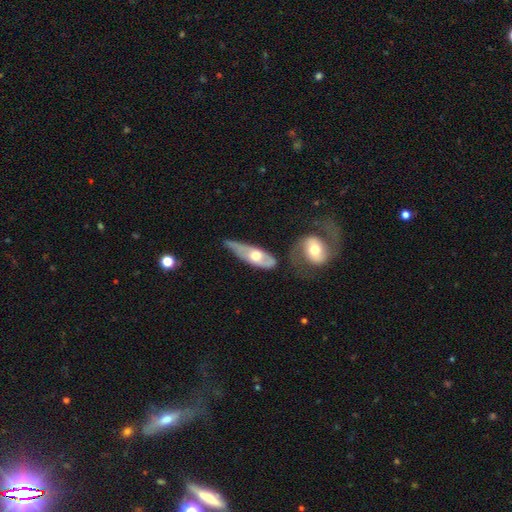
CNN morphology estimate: Smooth or featured? featured or disk (56%)
Edge-on disk? no (67%)
Merging? minor disturbance (31%, tied with none)